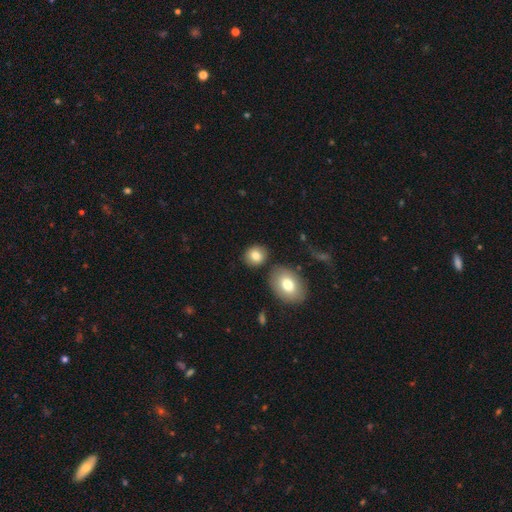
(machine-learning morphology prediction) A smooth galaxy with no disk features (82%) that is round (68%). Merging: none (79%).